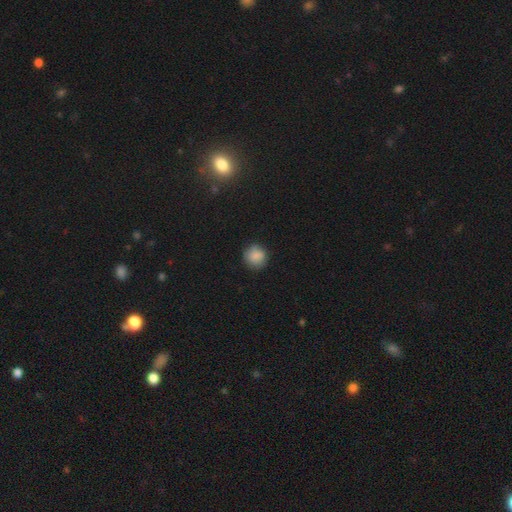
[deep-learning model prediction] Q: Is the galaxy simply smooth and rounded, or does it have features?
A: smooth — 85%.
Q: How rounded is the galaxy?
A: round — 88%.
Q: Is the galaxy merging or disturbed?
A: none — 83%.